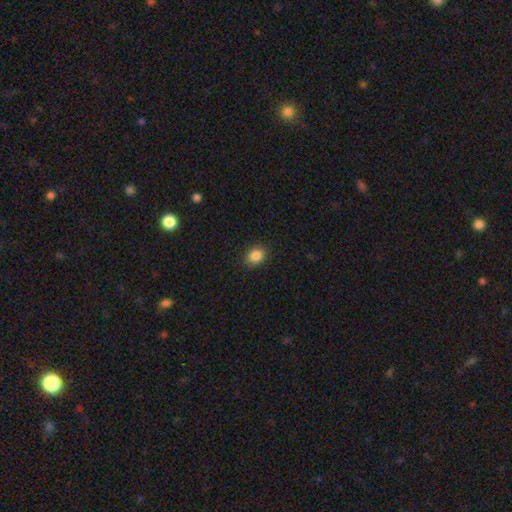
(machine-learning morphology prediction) This is clearly a smooth galaxy (86%). How rounded: possibly in between (51%). Merging: clearly none (87%).